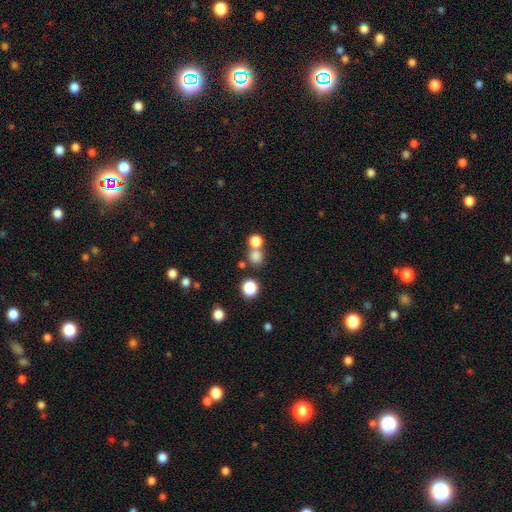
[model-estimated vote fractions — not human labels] Morphology: type=smooth (77%); roundness=round (85%); merging=none (59%).